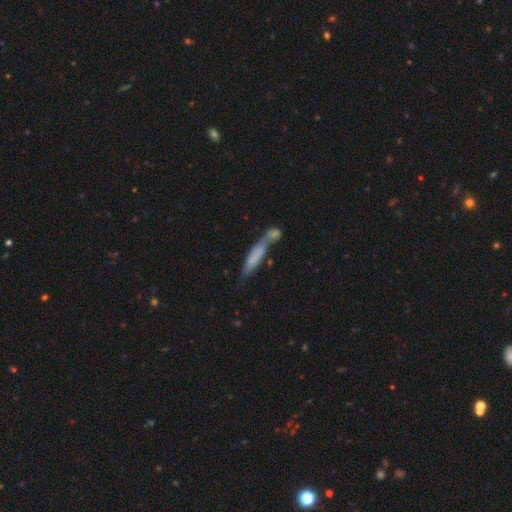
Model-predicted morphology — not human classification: Smooth or featured: smooth — 61% (featured or disk — 31%)
How rounded: cigar-shaped — 81% (in between — 17%)
Merging: merger — 49% (none — 28%)